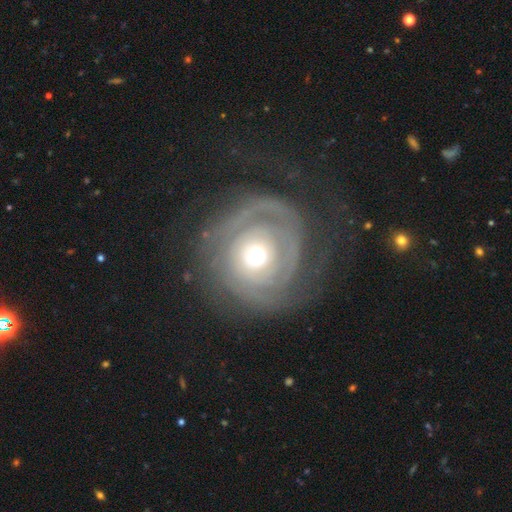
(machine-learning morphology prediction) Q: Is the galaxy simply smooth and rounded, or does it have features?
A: featured or disk — 74%.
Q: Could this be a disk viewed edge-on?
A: no — 97%.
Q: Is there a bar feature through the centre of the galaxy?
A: no — 86%.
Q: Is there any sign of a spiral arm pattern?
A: yes — 78%.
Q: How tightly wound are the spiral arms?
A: tight — 71%.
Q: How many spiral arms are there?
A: can't tell — 37%.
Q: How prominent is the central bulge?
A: moderate — 64%.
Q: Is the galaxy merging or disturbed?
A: none — 61%.